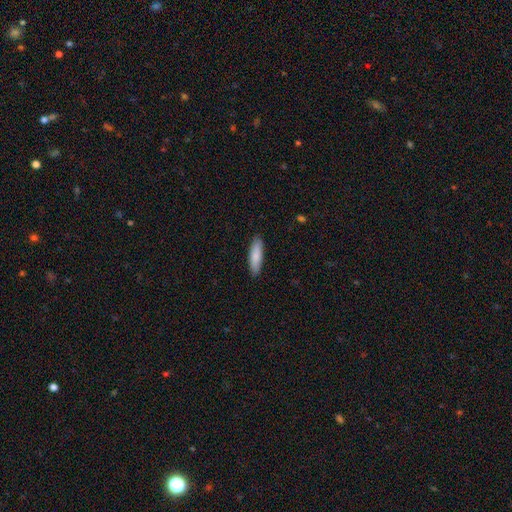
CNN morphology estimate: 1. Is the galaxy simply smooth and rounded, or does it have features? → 85% smooth, 9% featured or disk, 5% star or artifact.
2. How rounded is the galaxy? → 60% cigar-shaped, 39% in between, 1% round.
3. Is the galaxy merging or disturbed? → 89% none, 8% minor disturbance, 2% major disturbance, 1% merger.